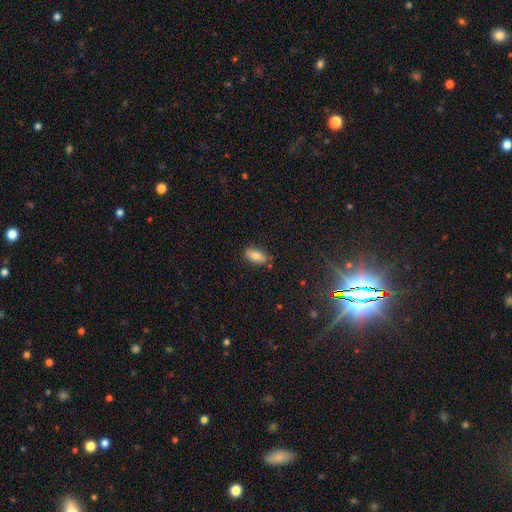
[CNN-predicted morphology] smooth 80%, featured or disk 12%, star or artifact 8%. Down the decision tree: how rounded — in between (88%); merging — none (78%).